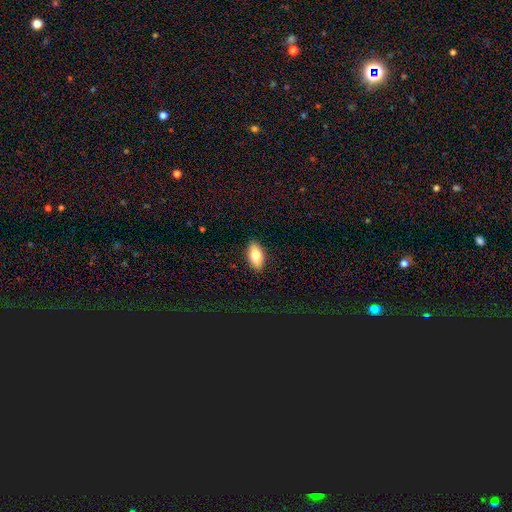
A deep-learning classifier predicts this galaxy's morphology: smooth-or-featured: smooth: 81% | featured or disk: 12% | star or artifact: 7%
  how-rounded: in between: 91% | cigar-shaped: 6% | round: 3%
  merging: none: 90% | minor disturbance: 8% | major disturbance: 2% | merger: 1%